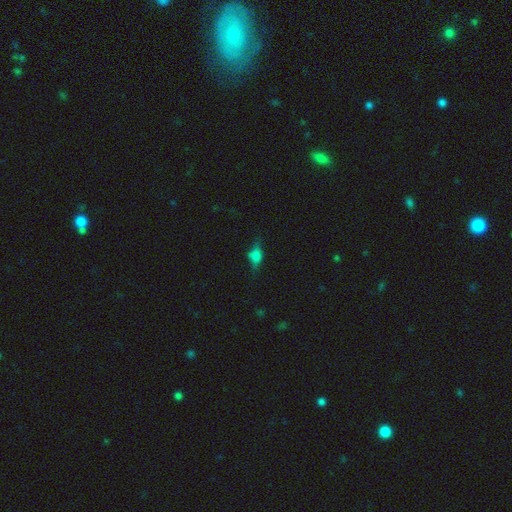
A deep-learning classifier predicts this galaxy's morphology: Smooth or featured: smooth — 47% (featured or disk — 39%)
Merging: none — 68% (minor disturbance — 22%)